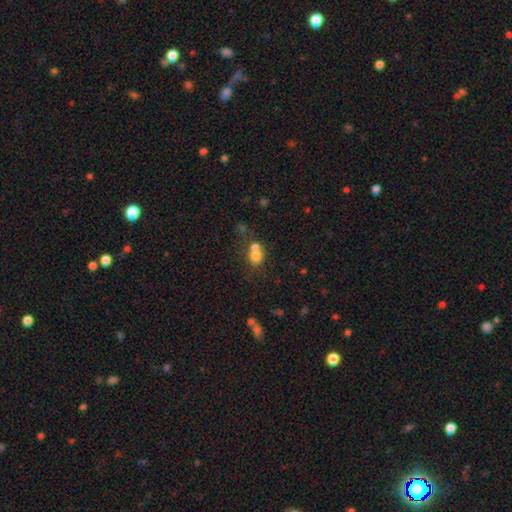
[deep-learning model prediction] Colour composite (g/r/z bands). It shows a smooth galaxy with no disk features (71%) that is round (64%). Merging: merger (57%).